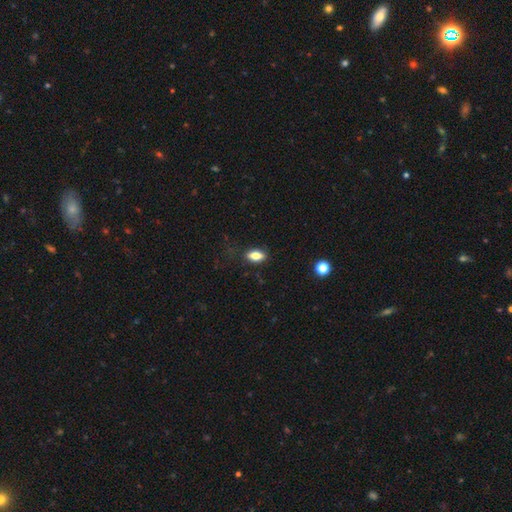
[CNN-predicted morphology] The model was most divided on "smooth or featured": smooth: 78%, featured or disk: 13%, star or artifact: 9%. More confident: how rounded — in between (82%); merging — none (81%).